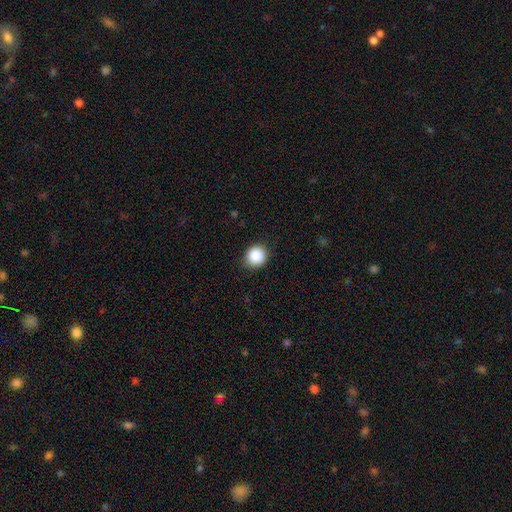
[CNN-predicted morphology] Overall: smooth (88%). How rounded: round (88%). Merging: none (87%).